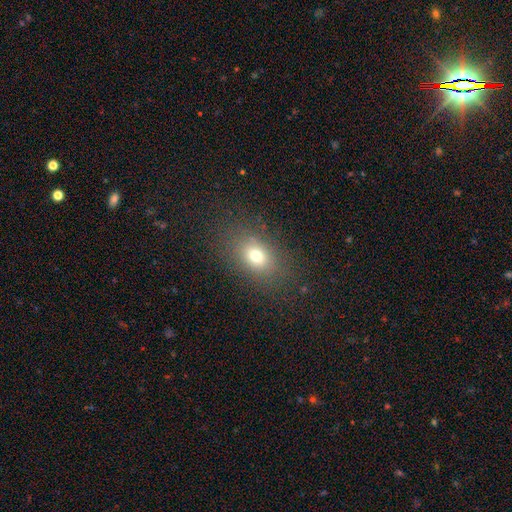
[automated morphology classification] Smooth or featured? Predicted: smooth (p=0.72). How rounded? Predicted: in between (p=0.70). Merging? Predicted: none (p=0.82).